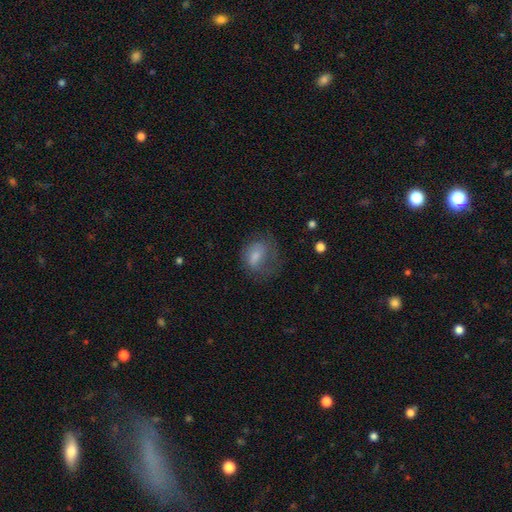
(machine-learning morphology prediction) Q: Smooth or featured?
A: smooth (64%); runner-up: featured or disk (27%)
Q: How rounded?
A: in between (58%); runner-up: round (40%)
Q: Merging?
A: none (41%); runner-up: major disturbance (31%)